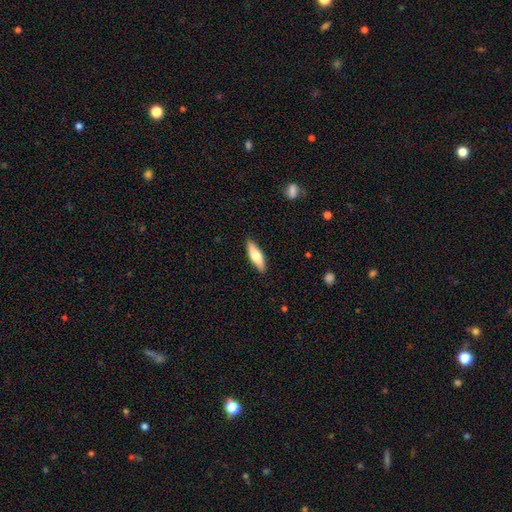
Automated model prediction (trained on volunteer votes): Smooth or featured? smooth (67%)
How rounded? cigar-shaped (58%)
Merging? none (88%)